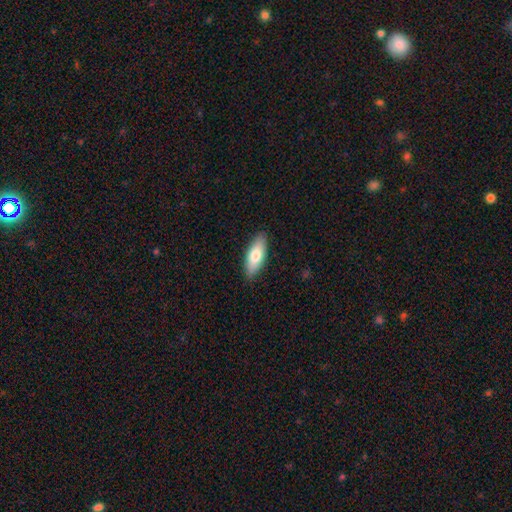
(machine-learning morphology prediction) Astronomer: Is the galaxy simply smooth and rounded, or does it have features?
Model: smooth — 74%.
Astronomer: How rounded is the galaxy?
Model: in between — 70%.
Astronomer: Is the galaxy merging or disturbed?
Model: none — 89%.